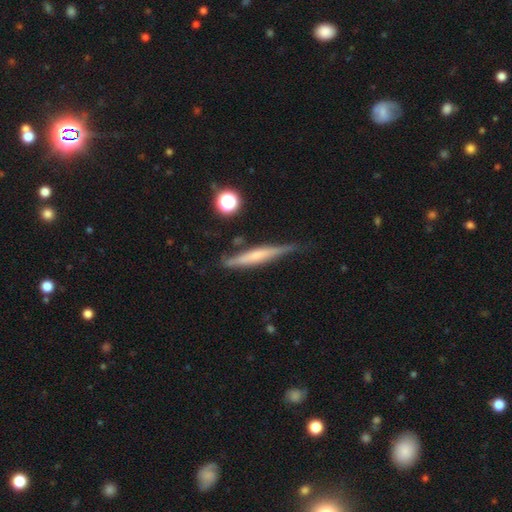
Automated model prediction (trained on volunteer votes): smooth_or_featured: featured or disk (p=0.54) [alt: smooth p=0.39]
disk_edge_on: yes (p=0.94) [alt: no p=0.06]
edge_on_bulge: none (p=0.46) [alt: rounded p=0.37]
merging: none (p=0.71) [alt: minor disturbance p=0.21]